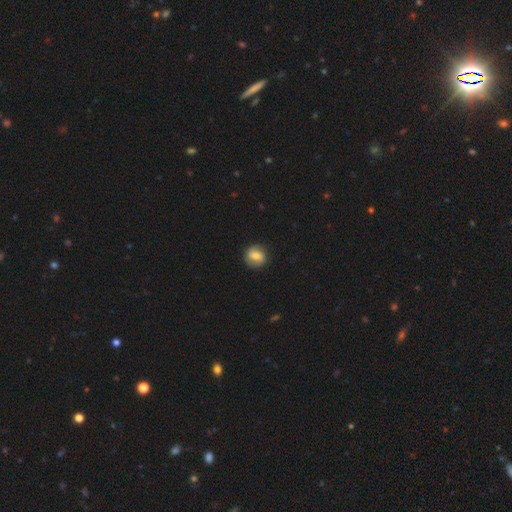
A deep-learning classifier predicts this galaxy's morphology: The model was most divided on "smooth or featured": smooth: 48%, featured or disk: 44%, star or artifact: 8%. More confident: merging — none (84%).